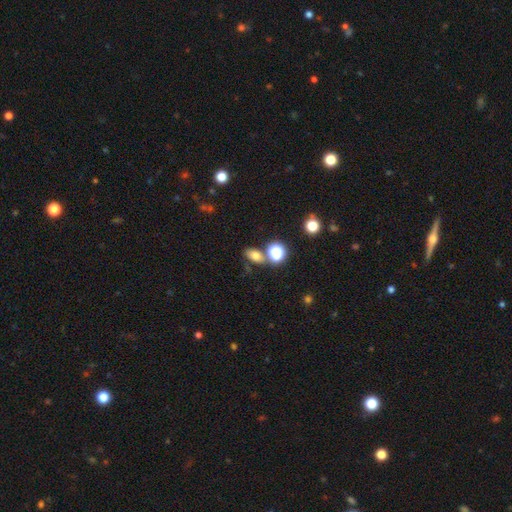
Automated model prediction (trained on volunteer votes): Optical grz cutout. It shows a smooth galaxy with no disk features (71%) that is in between round and cigar-shaped (74%). Merging: none (64%).